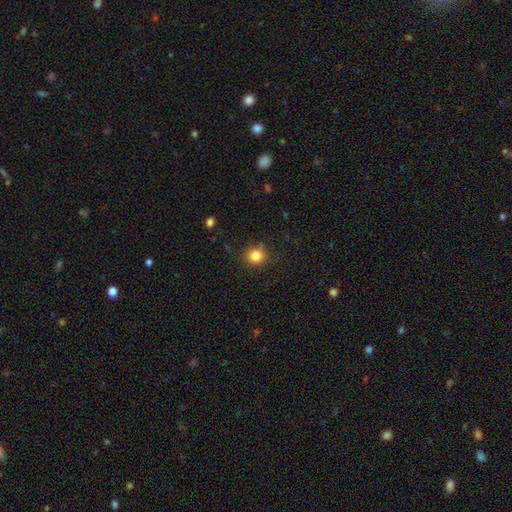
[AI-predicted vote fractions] This is clearly a smooth galaxy (83%). How rounded: clearly round (88%). Merging: clearly none (85%).